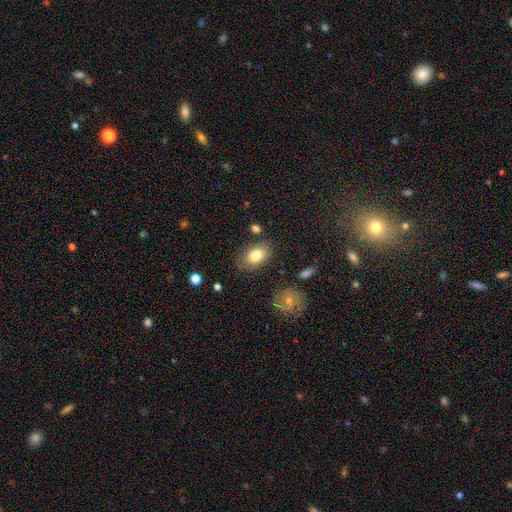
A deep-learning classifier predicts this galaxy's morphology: Smooth or featured? smooth (78%)
How rounded? in between (87%)
Merging? none (76%)